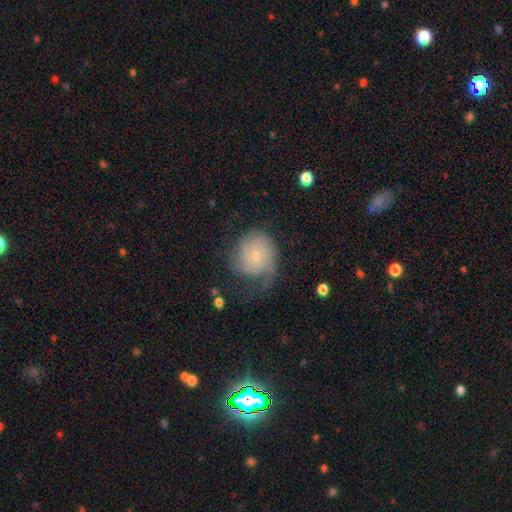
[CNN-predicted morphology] smooth-or-featured: featured or disk: 58% | smooth: 33% | star or artifact: 9%
  disk-edge-on: no: 97% | yes: 3%
    bar: no: 80% | weak: 18% | strong: 2%
    has-spiral-arms: yes: 85% | no: 15%
    bulge-size: small: 75% | moderate: 19% | none: 3% | large: 2% | dominant: 1%
  merging: none: 41% | major disturbance: 31% | minor disturbance: 26% | merger: 2%